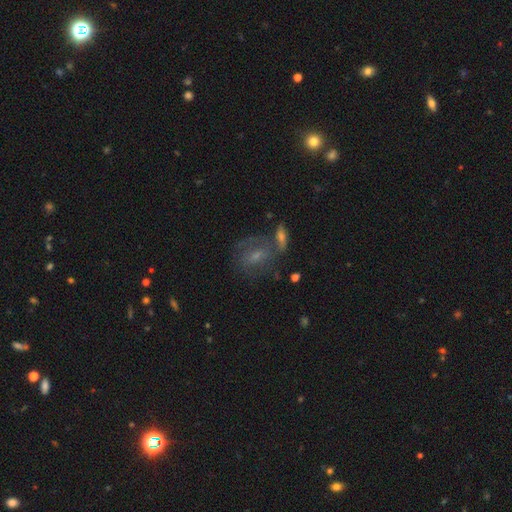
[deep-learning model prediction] smooth_or_featured: featured or disk (p=0.55) [alt: smooth p=0.31]
disk_edge_on: no (p=0.93) [alt: yes p=0.07]
bar: weak (p=0.44) [alt: no p=0.41]
has_spiral_arms: yes (p=0.65) [alt: no p=0.35]
bulge_size: small (p=0.49) [alt: moderate p=0.32]
merging: none (p=0.50) [alt: merger p=0.21]